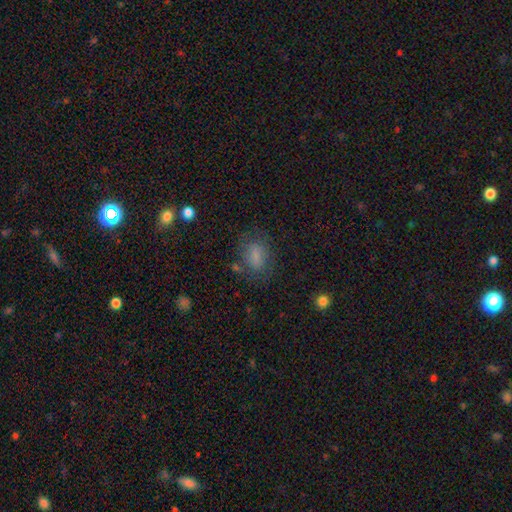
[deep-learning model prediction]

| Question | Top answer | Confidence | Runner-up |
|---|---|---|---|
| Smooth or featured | smooth | 72% | featured or disk (17%) |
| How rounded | in between | 76% | round (22%) |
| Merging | none | 66% | minor disturbance (19%) |